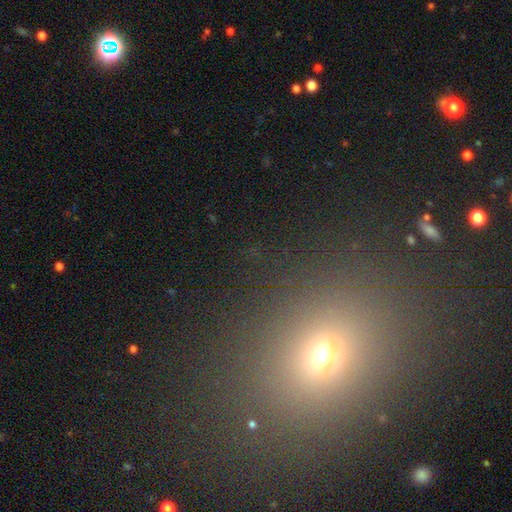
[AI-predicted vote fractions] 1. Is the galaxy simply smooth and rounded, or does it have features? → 46% star or artifact, 43% smooth, 11% featured or disk.